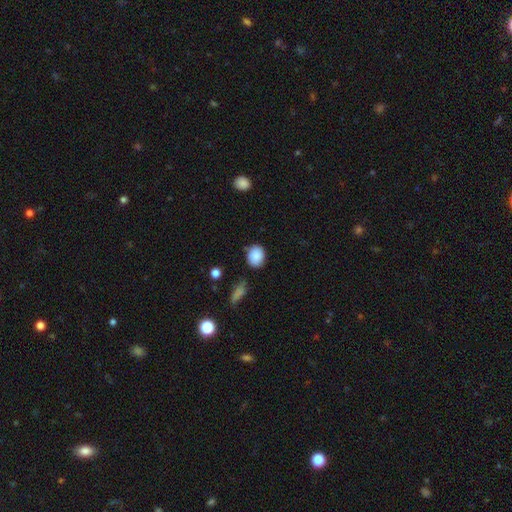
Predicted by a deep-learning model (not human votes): A smooth galaxy with no disk features (87%) that is round (53%).

Vote fractions:
- Smooth or featured? smooth: 87% / star or artifact: 8% / featured or disk: 5%
- How rounded? round: 53% / in between: 46% / cigar-shaped: 1%
- Merging? none: 73% / minor disturbance: 19% / merger: 4% / major disturbance: 4%